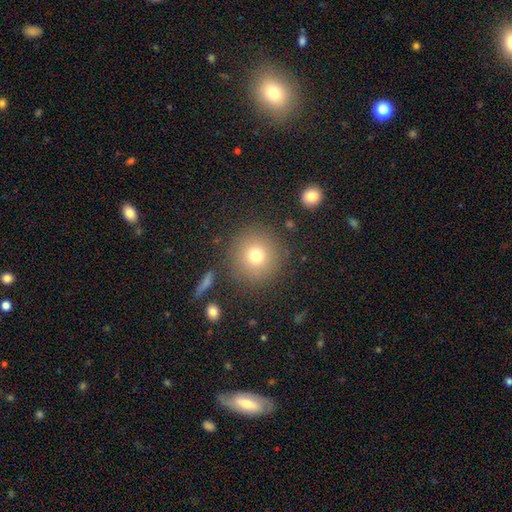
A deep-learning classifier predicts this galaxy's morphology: smooth-or-featured: smooth: 74% | star or artifact: 14% | featured or disk: 12%
  how-rounded: round: 94% | in between: 5% | cigar-shaped: 1%
  merging: none: 86% | minor disturbance: 8% | major disturbance: 4% | merger: 2%